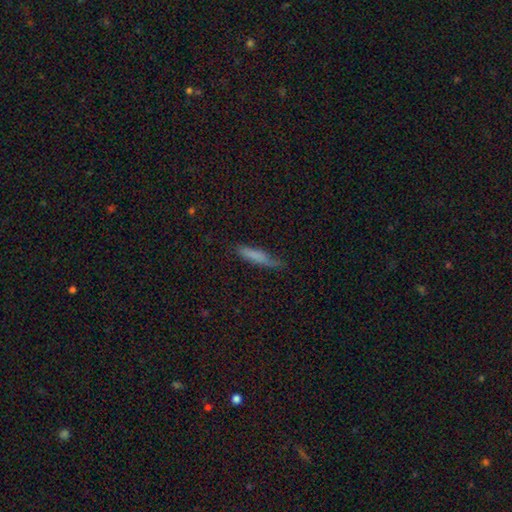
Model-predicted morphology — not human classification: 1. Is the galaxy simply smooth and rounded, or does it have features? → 76% smooth, 17% featured or disk, 7% star or artifact.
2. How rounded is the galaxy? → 86% cigar-shaped, 12% in between, 2% round.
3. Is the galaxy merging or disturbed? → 66% none, 26% minor disturbance, 6% major disturbance, 2% merger.